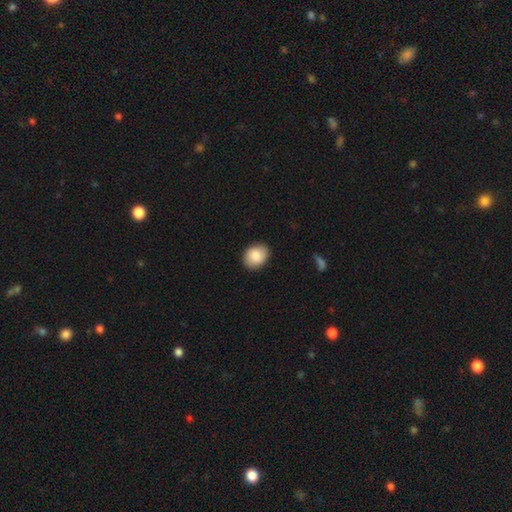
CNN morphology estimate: smooth_or_featured: smooth (p=0.86) [alt: featured or disk p=0.07]
how_rounded: in between (p=0.53) [alt: round p=0.46]
merging: none (p=0.86) [alt: minor disturbance p=0.11]